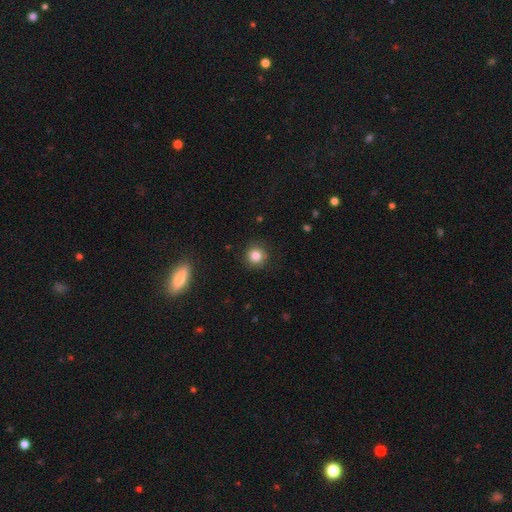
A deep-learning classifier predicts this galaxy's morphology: Smooth or featured?
  - smooth: 83% *
  - star or artifact: 11%
  - featured or disk: 6%
How rounded?
  - round: 90% *
  - in between: 9%
  - cigar-shaped: 1%
Merging?
  - none: 88% *
  - minor disturbance: 8%
  - major disturbance: 2%
  - merger: 1%